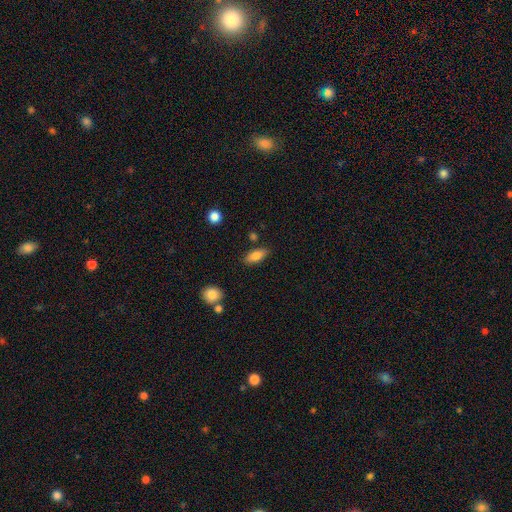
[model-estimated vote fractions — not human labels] This appears to be a smooth galaxy with no disk features (81%) that is in between round and cigar-shaped (79%). Merging: none (81%).